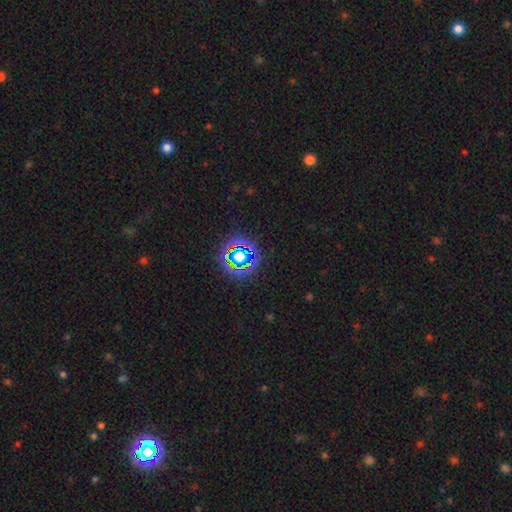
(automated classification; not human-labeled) Morphology: type=star or artifact (78%).